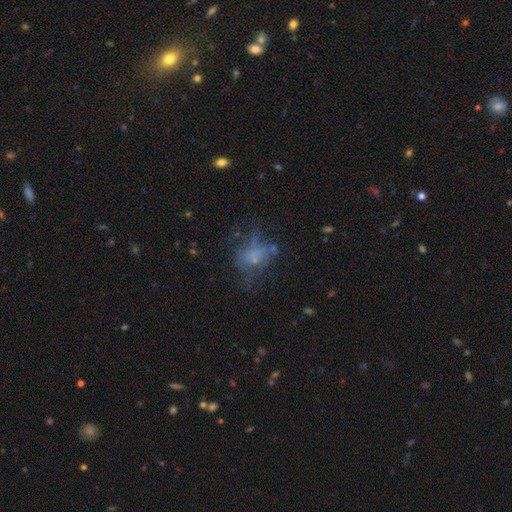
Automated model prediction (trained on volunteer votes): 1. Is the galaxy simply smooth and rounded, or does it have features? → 41% smooth, 36% featured or disk, 23% star or artifact.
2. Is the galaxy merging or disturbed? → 44% none, 30% major disturbance, 21% minor disturbance, 5% merger.